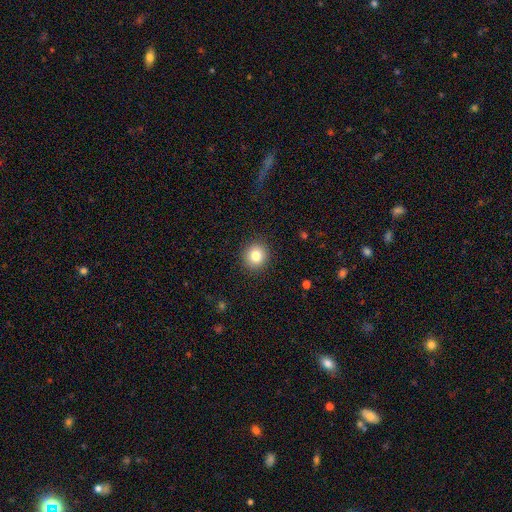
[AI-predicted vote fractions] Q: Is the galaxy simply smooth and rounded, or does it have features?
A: smooth — 82%.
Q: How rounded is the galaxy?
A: round — 88%.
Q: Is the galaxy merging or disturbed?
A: none — 91%.